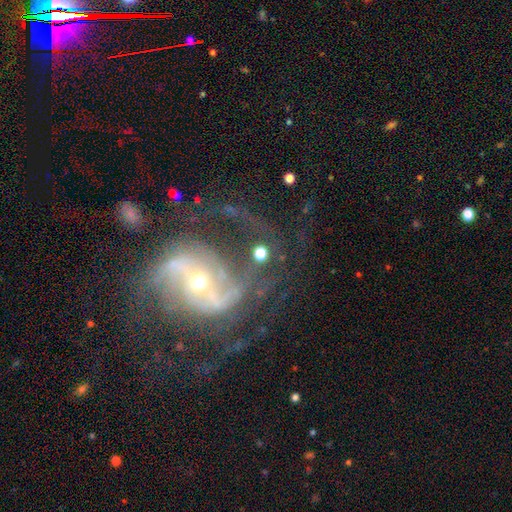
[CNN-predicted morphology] Smooth or featured? featured or disk (85%)
Edge-on disk? no (97%)
Bar? weak (34%, tied with strong)
Spiral arms? yes (93%)
Spiral winding? medium (46%)
Spiral arm count? 2 (68%)
Bulge size? small (58%)
Merging? none (52%)